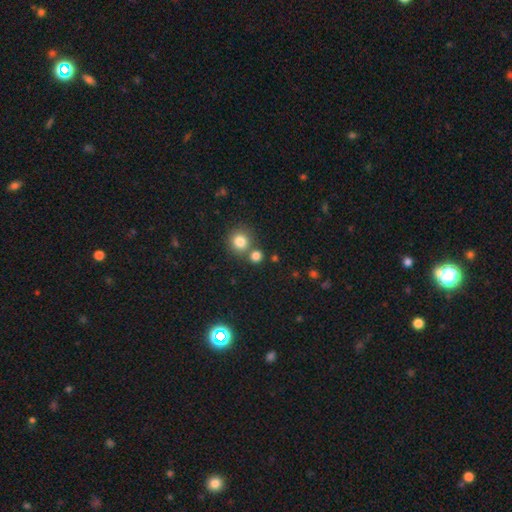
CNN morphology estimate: type=smooth (79%); roundness=round (87%); merging=none (67%).